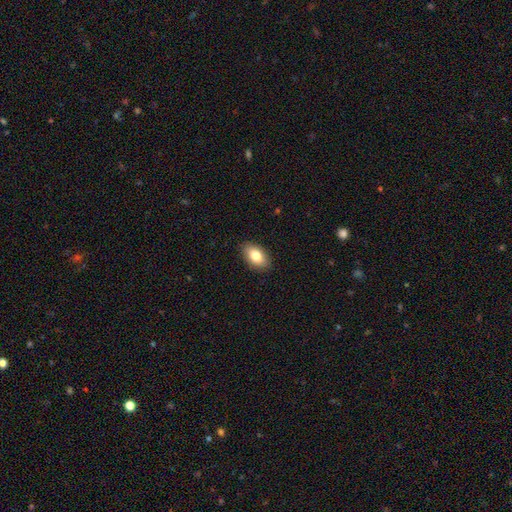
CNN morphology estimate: type=smooth (81%); roundness=in between (92%); merging=none (89%).